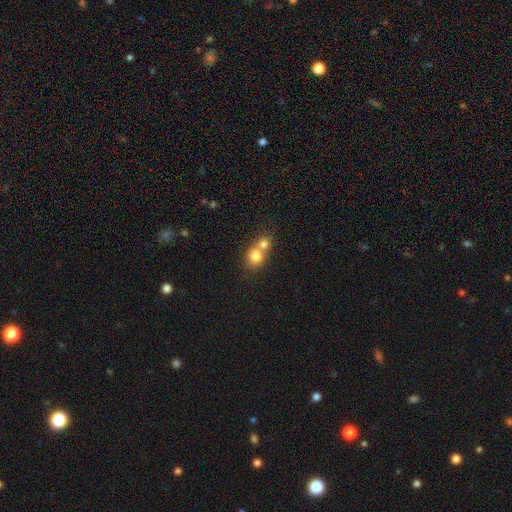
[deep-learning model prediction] A smooth galaxy with no disk features (79%) that is round (79%). Merging: merger (61%).